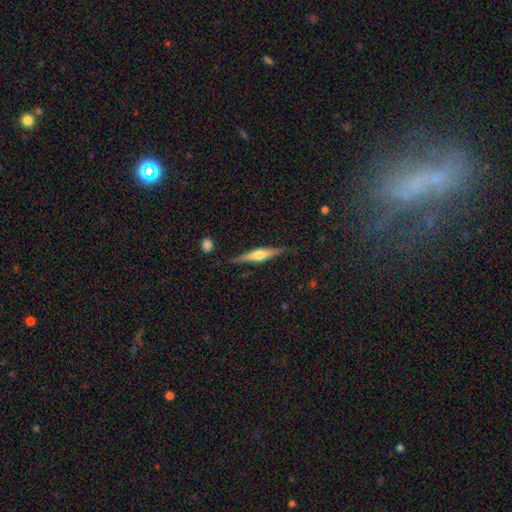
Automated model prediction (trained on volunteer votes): Morphology: type=featured or disk (70%); edge-on=yes (97%); edge-on bulge=rounded (88%); merging=none (86%).